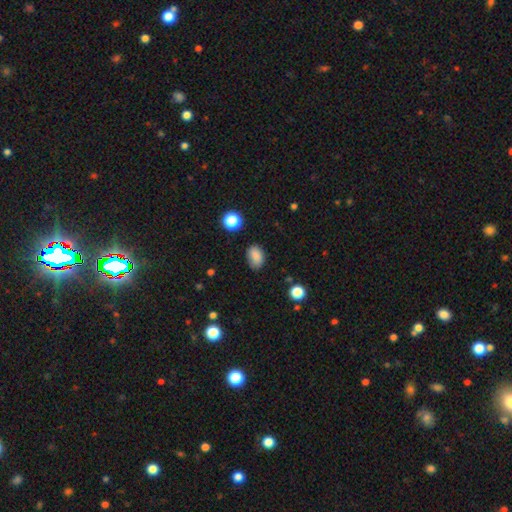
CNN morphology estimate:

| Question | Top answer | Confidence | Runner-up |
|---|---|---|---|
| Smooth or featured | smooth | 85% | star or artifact (10%) |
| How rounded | in between | 82% | round (16%) |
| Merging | none | 76% | minor disturbance (18%) |